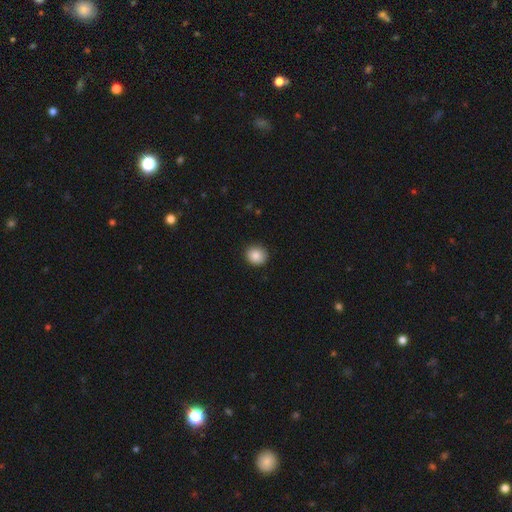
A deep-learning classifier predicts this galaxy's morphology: The model was most divided on "how rounded": round: 85%, in between: 15%, cigar-shaped: 1%. More confident: merging — none (89%); smooth or featured — smooth (87%).